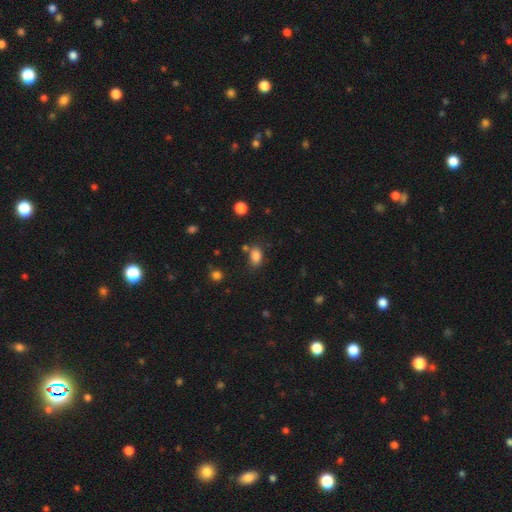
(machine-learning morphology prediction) Smooth or featured? Predicted: smooth (p=0.83). How rounded? Predicted: in between (p=0.83). Merging? Predicted: none (p=0.69).